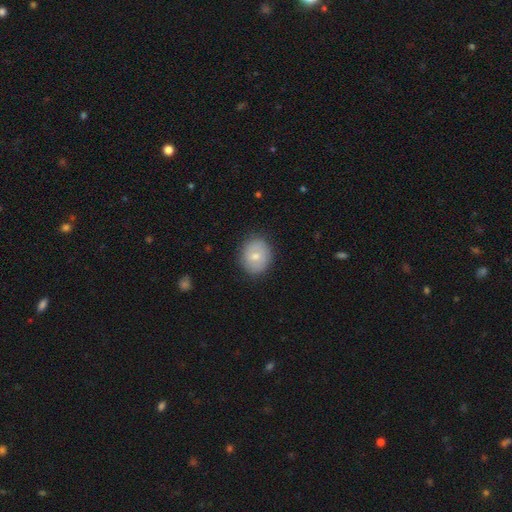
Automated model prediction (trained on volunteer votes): Smooth or featured? Predicted: smooth (p=0.69). How rounded? Predicted: round (p=0.77). Merging? Predicted: none (p=0.85).